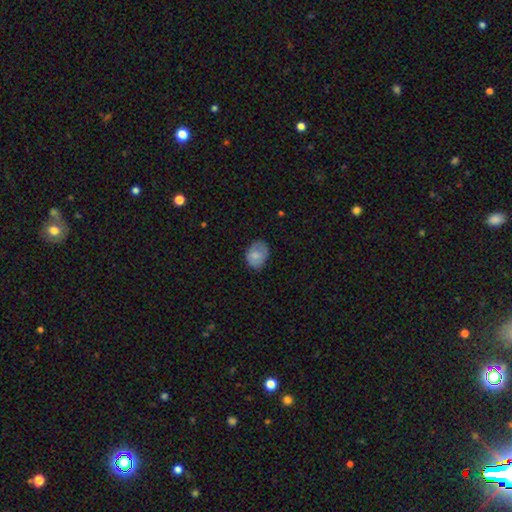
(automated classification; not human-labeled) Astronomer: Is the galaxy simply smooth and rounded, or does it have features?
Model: smooth — 77%.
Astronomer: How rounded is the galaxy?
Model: in between — 63%.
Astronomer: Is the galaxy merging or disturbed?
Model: none — 66%.